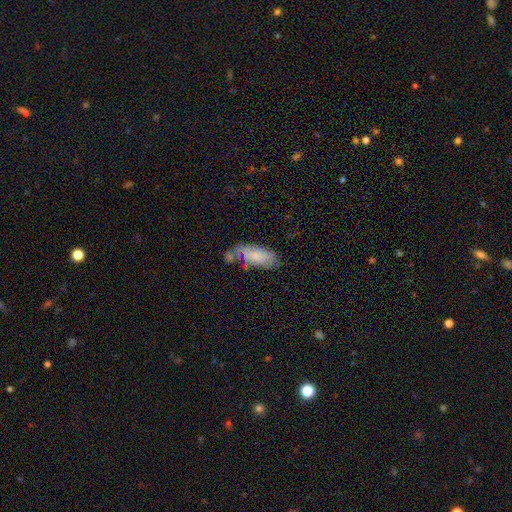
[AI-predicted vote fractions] Smooth or featured? Predicted: smooth (p=0.72). How rounded? Predicted: in between (p=0.79). Merging? Predicted: none (p=0.43).